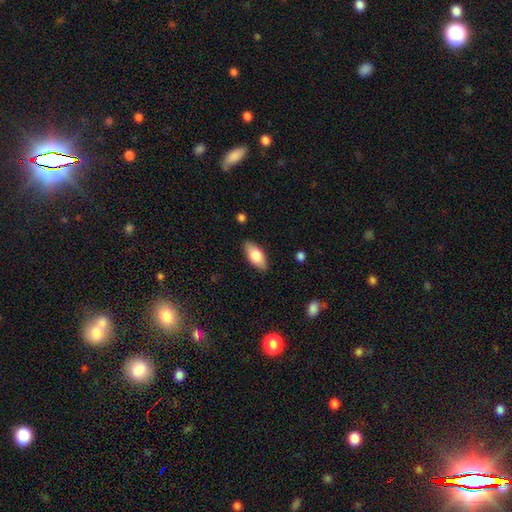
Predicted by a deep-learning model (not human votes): This is likely a smooth galaxy (74%). How rounded: clearly in between (89%). Merging: clearly none (87%).